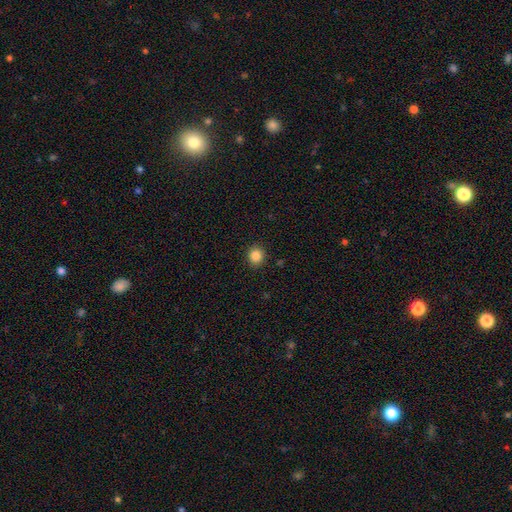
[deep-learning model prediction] This appears to be a smooth galaxy with no disk features (85%) that is round (82%). Merging: none (90%).